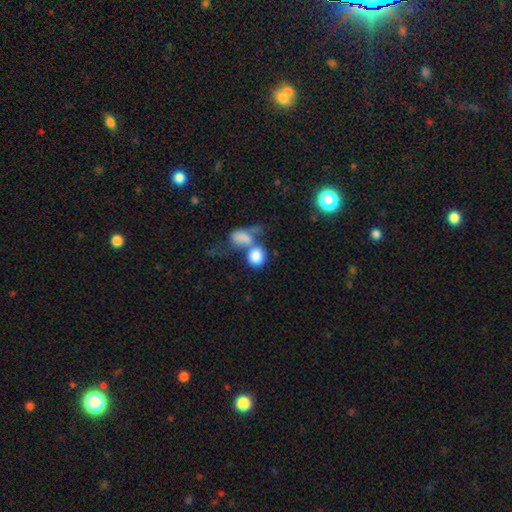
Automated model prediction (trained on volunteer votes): Q: Smooth or featured?
A: smooth (82%); runner-up: featured or disk (10%)
Q: How rounded?
A: round (58%); runner-up: in between (40%)
Q: Merging?
A: merger (60%); runner-up: none (21%)